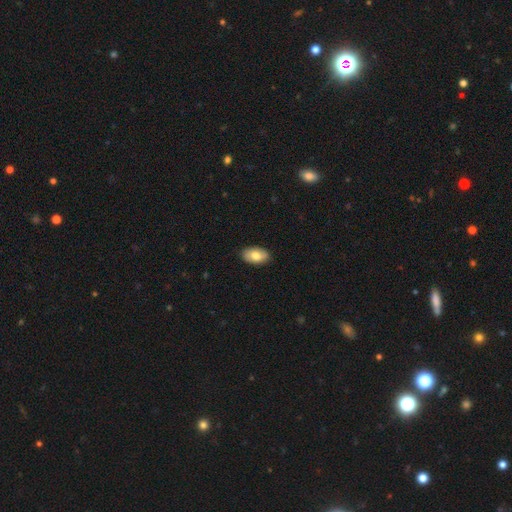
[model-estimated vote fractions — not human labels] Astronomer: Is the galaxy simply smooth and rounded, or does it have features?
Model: smooth — 73%.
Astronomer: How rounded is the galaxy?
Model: in between — 94%.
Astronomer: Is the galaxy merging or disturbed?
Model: none — 87%.